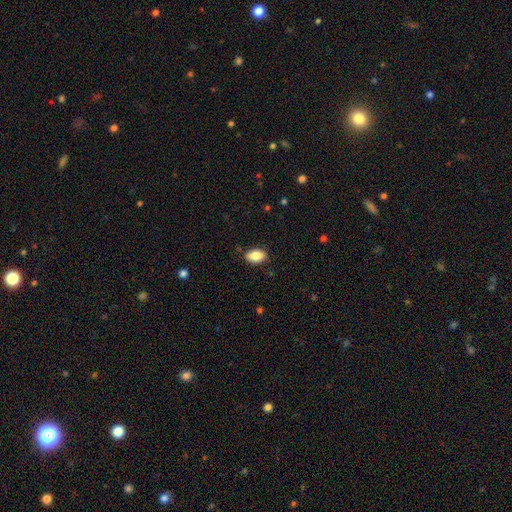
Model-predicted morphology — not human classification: Q: Smooth or featured?
A: smooth (85%); runner-up: featured or disk (8%)
Q: How rounded?
A: in between (90%); runner-up: round (8%)
Q: Merging?
A: none (86%); runner-up: minor disturbance (10%)